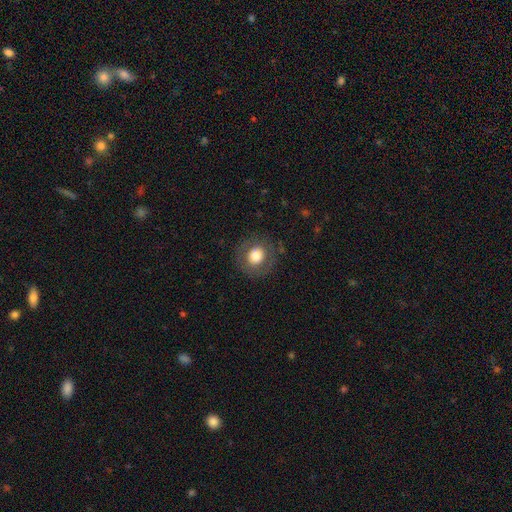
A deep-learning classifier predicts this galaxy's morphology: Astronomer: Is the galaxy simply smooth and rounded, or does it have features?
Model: smooth — 71%.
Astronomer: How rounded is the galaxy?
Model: round — 88%.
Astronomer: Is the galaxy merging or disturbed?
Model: none — 83%.